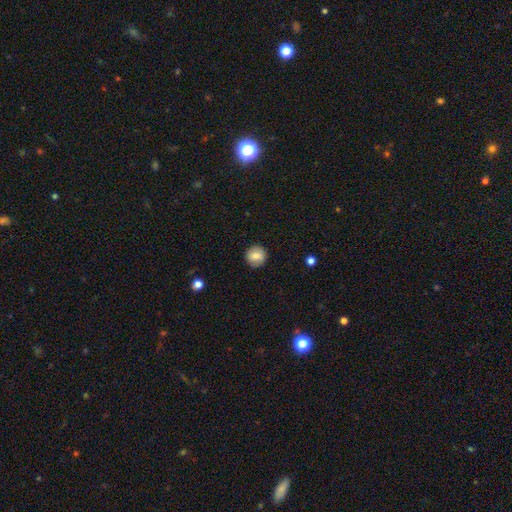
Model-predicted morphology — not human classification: smooth_or_featured: smooth (p=0.79) [alt: featured or disk p=0.13]
how_rounded: round (p=0.92) [alt: in between p=0.07]
merging: none (p=0.89) [alt: minor disturbance p=0.08]